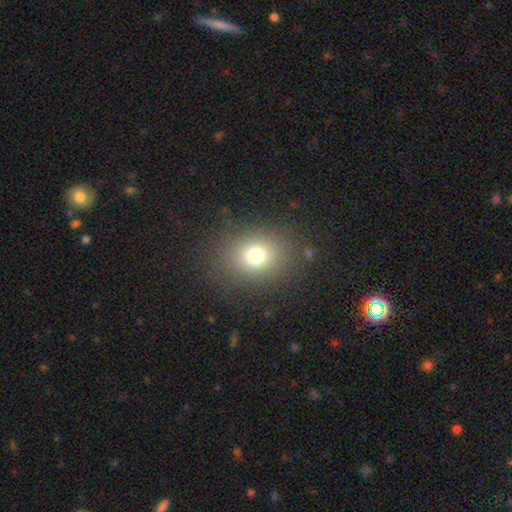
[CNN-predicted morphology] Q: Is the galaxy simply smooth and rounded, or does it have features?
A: smooth — 73%.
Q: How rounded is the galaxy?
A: round — 63%.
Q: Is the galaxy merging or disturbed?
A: none — 84%.